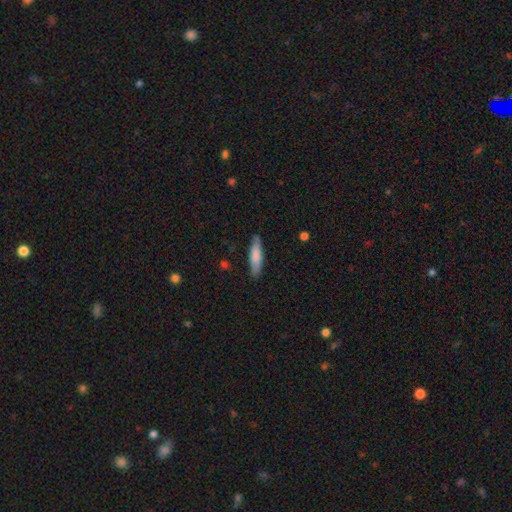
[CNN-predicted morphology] Overall: smooth (78%). How rounded: cigar-shaped (70%). Merging: none (82%).